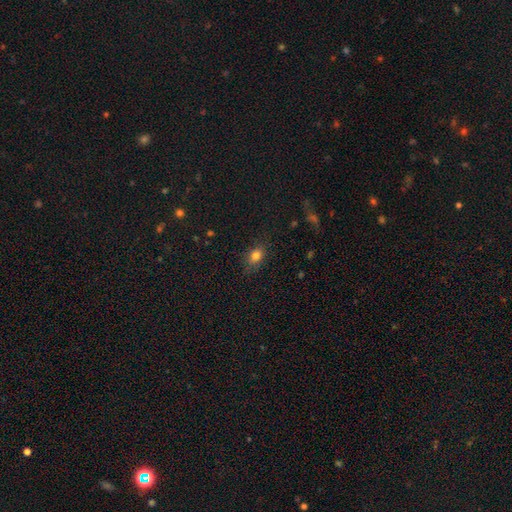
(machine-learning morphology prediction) This is clearly a smooth galaxy (80%). How rounded: likely in between (71%). Merging: likely none (79%).